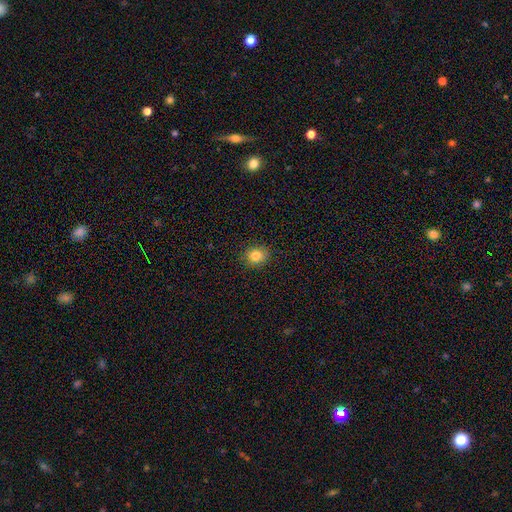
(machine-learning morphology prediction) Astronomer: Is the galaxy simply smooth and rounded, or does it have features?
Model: smooth — 83%.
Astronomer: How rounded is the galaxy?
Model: round — 72%.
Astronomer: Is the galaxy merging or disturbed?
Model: none — 89%.